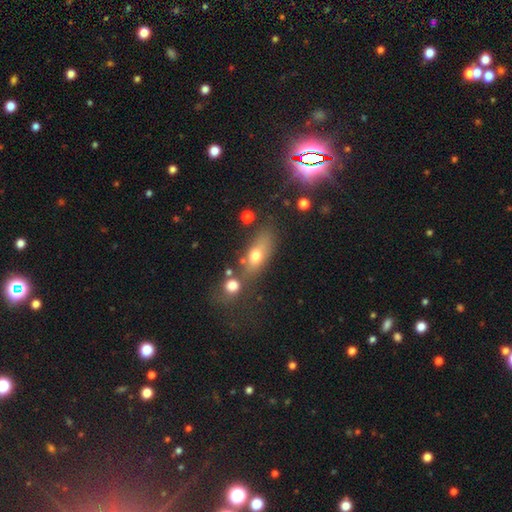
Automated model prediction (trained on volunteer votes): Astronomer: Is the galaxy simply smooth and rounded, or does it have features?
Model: smooth — 67%.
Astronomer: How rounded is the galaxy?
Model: in between — 66%.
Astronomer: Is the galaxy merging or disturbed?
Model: none — 56%.